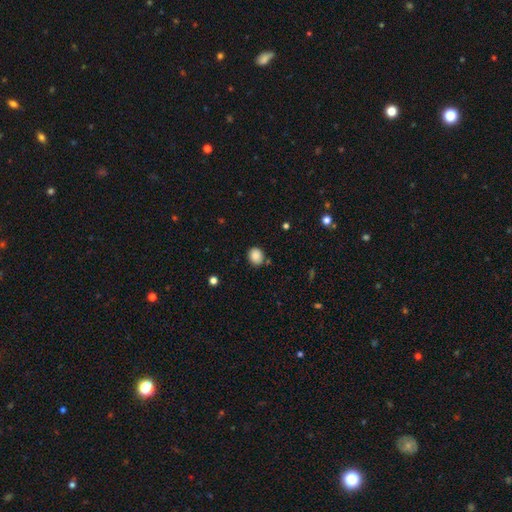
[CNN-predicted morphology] The model was most divided on "how rounded": round: 64%, in between: 35%, cigar-shaped: 1%. More confident: smooth or featured — smooth (87%); merging — none (80%).